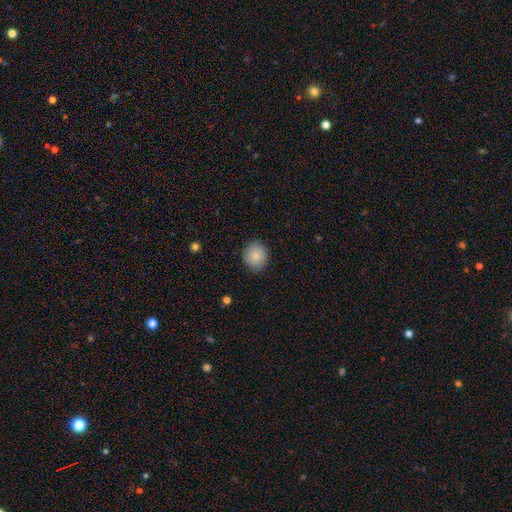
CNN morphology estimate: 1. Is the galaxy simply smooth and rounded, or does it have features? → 84% smooth, 8% featured or disk, 8% star or artifact.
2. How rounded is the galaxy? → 80% round, 19% in between, 1% cigar-shaped.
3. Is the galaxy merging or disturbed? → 86% none, 10% minor disturbance, 2% major disturbance, 1% merger.